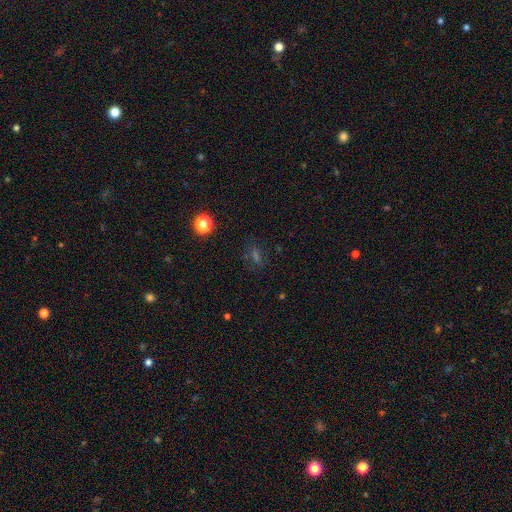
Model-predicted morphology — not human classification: A star or artifact, not a galaxy (46%).

Vote fractions:
- Smooth or featured? star or artifact: 46% / smooth: 38% / featured or disk: 16%